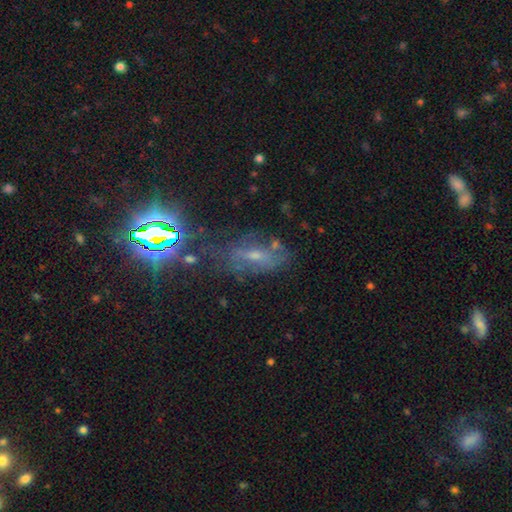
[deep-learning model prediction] A featured or disk galaxy (38%).

Vote fractions:
- Smooth or featured? featured or disk: 38% / star or artifact: 35% / smooth: 27%
- Merging? none: 52% / minor disturbance: 24% / major disturbance: 18% / merger: 6%